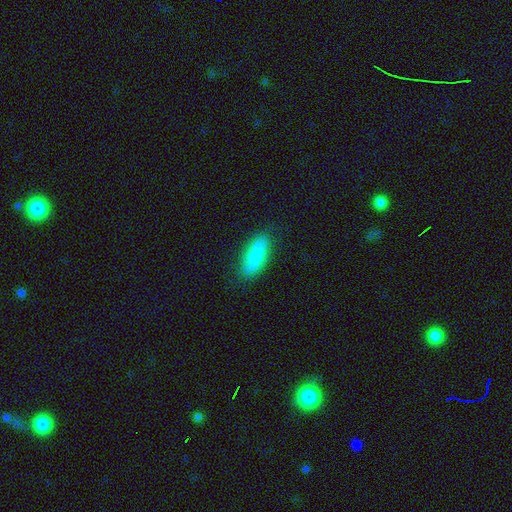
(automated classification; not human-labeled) smooth 84%, featured or disk 10%, star or artifact 6%. Down the decision tree: how rounded — in between (76%); merging — none (84%).